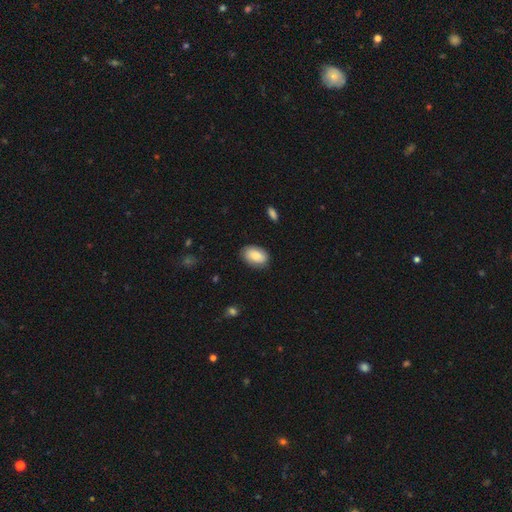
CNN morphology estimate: The model was most divided on "merging": none: 82%, minor disturbance: 14%, major disturbance: 3%, merger: 1%. More confident: how rounded — in between (90%); smooth or featured — smooth (85%).